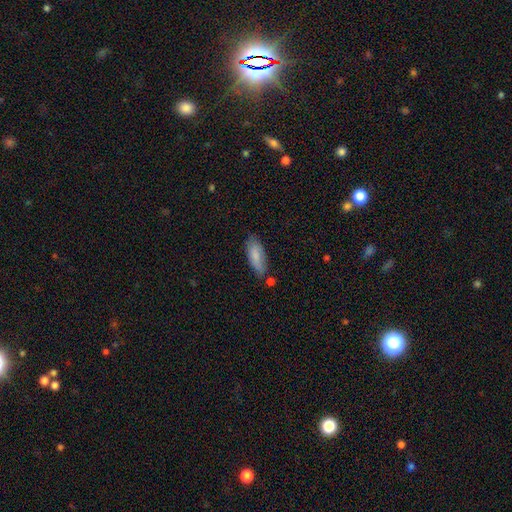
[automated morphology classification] Overall: smooth (81%). How rounded: in between (75%). Merging: none (67%).